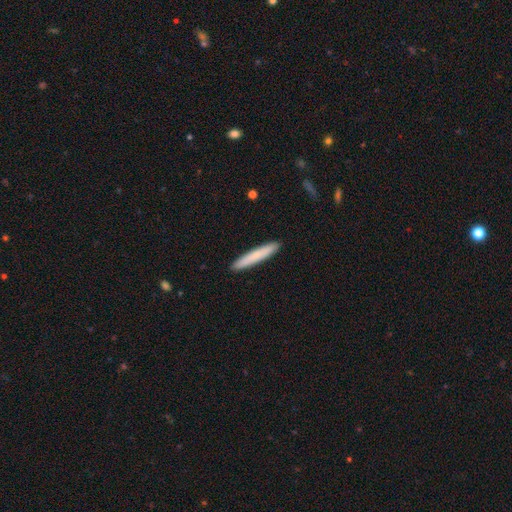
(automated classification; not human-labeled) Overall: smooth (77%). How rounded: cigar-shaped (95%). Merging: none (92%).